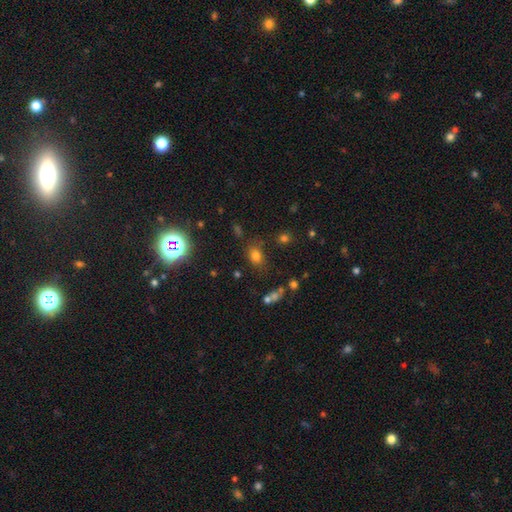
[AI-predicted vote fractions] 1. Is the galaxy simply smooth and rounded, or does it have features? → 73% smooth, 19% star or artifact, 8% featured or disk.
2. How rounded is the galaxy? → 59% in between, 39% round, 2% cigar-shaped.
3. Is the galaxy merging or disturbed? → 75% none, 15% minor disturbance, 5% merger, 5% major disturbance.